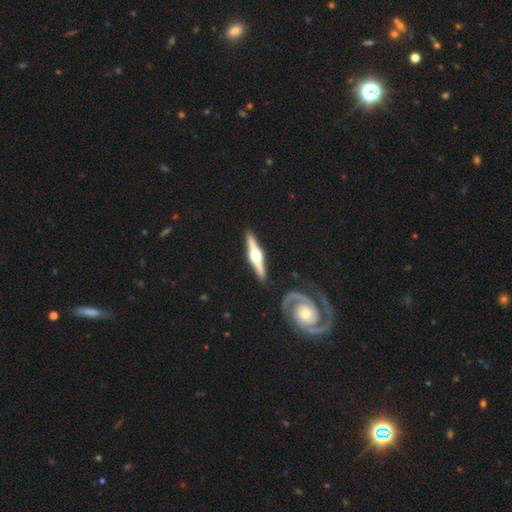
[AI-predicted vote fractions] Smooth or featured? Predicted: featured or disk (p=0.78). Edge-on disk? Predicted: yes (p=0.97). Edge-on bulge? Predicted: rounded (p=0.95). Merging? Predicted: none (p=0.89).